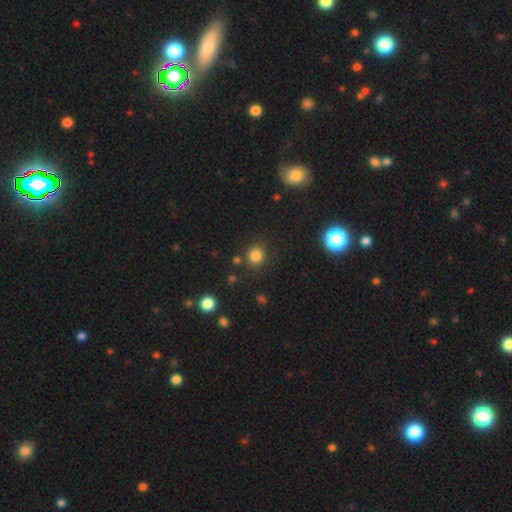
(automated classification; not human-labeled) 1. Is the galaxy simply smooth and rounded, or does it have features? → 80% smooth, 15% star or artifact, 5% featured or disk.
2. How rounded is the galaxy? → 88% round, 11% in between, 1% cigar-shaped.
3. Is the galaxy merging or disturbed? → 84% none, 9% minor disturbance, 4% merger, 3% major disturbance.